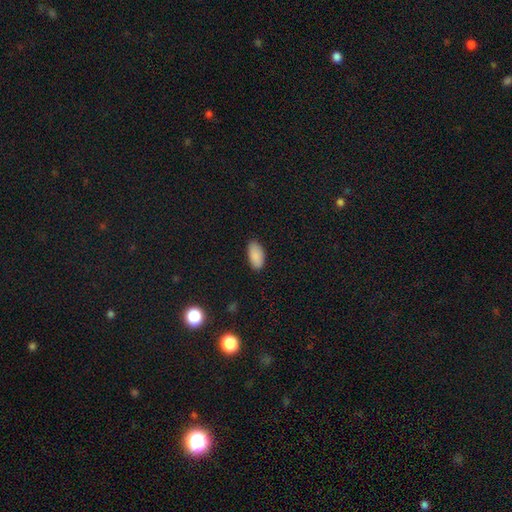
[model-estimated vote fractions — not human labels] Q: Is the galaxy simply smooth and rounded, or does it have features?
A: smooth — 89%.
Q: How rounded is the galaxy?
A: in between — 94%.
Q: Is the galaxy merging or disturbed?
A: none — 84%.